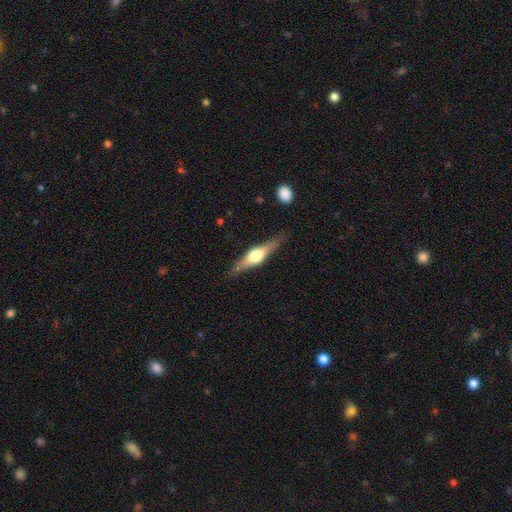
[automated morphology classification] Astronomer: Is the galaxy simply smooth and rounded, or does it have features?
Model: featured or disk — 68%.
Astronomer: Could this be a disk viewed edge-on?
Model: yes — 96%.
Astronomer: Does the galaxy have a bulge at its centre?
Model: rounded — 92%.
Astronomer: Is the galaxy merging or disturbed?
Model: none — 86%.